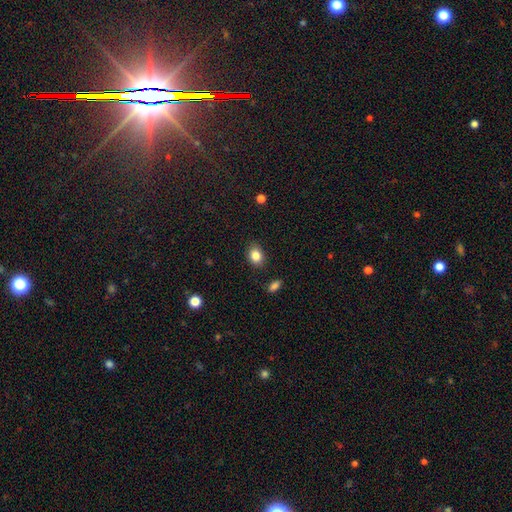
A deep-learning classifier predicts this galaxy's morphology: Smooth or featured? Predicted: smooth (p=0.85). How rounded? Predicted: in between (p=0.62). Merging? Predicted: none (p=0.85).